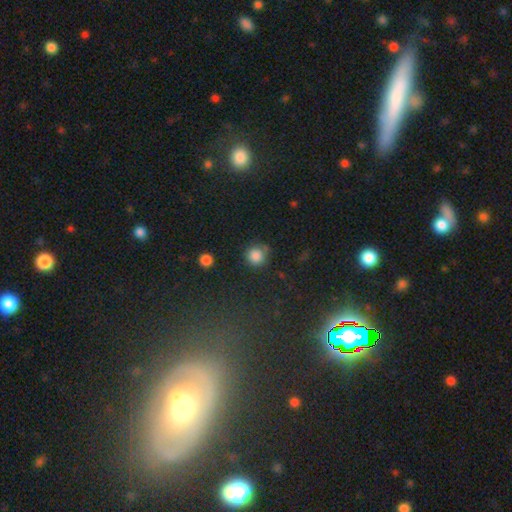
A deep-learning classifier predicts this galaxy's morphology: A smooth galaxy with no disk features (84%) that is round (92%).

Vote fractions:
- Smooth or featured? smooth: 84% / star or artifact: 11% / featured or disk: 5%
- How rounded? round: 92% / in between: 7% / cigar-shaped: 1%
- Merging? none: 75% / minor disturbance: 15% / merger: 6% / major disturbance: 5%